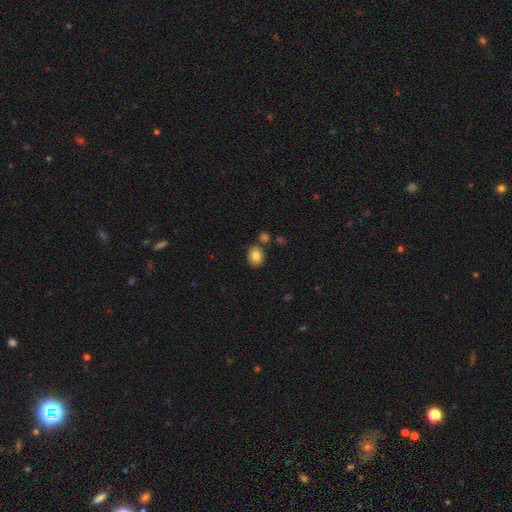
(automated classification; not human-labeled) smooth_or_featured: smooth (p=0.83) [alt: star or artifact p=0.09]
how_rounded: round (p=0.56) [alt: in between p=0.43]
merging: none (p=0.77) [alt: minor disturbance p=0.11]